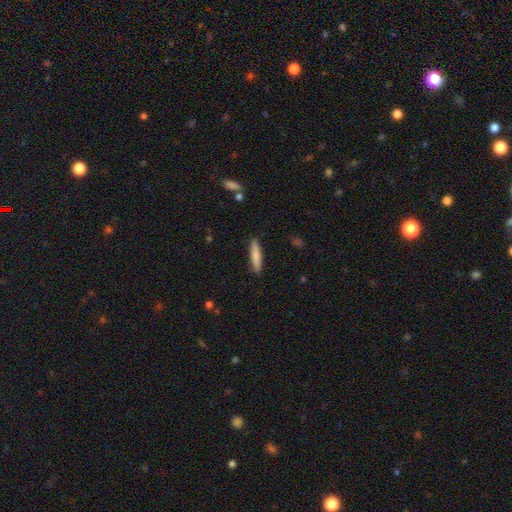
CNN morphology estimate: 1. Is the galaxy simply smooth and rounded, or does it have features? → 79% smooth, 16% featured or disk, 6% star or artifact.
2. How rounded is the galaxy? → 85% cigar-shaped, 13% in between, 1% round.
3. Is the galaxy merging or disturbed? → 89% none, 8% minor disturbance, 2% major disturbance, 1% merger.